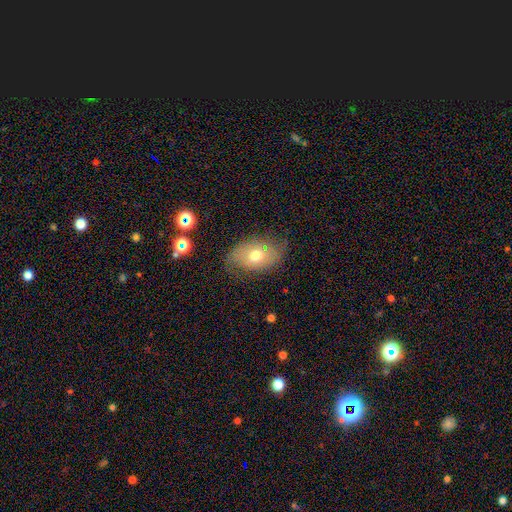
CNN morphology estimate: Overall: smooth (58%; featured or disk 32%). How rounded: in between (86%). Merging: none (67%).